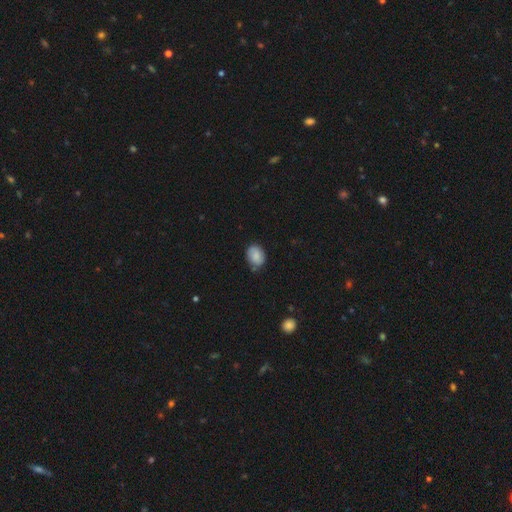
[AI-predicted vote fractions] Smooth or featured: smooth — 80% (featured or disk — 12%)
How rounded: in between — 58% (round — 41%)
Merging: none — 66% (minor disturbance — 27%)